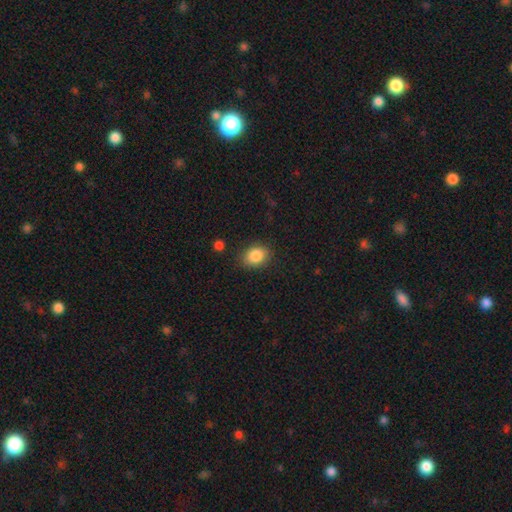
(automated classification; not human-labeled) This appears to be a smooth galaxy with no disk features (86%) that is in between round and cigar-shaped (67%). Merging: none (83%).